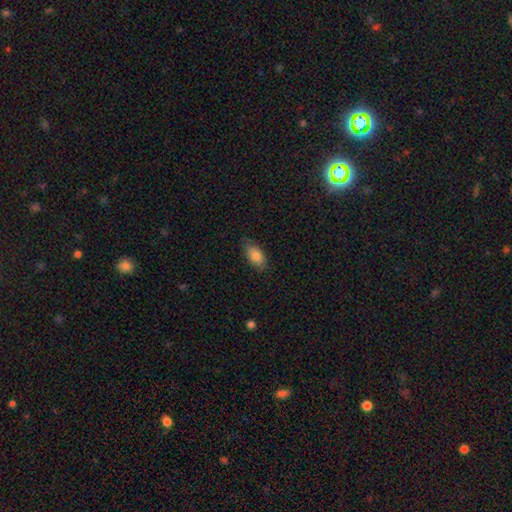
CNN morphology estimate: Smooth or featured? Predicted: smooth (p=0.85). How rounded? Predicted: in between (p=0.92). Merging? Predicted: none (p=0.78).